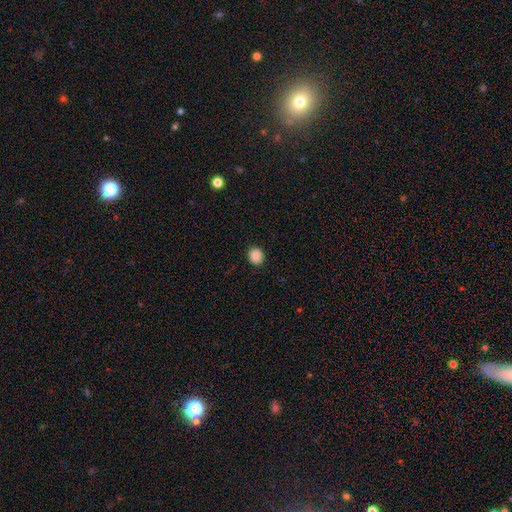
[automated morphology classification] The model was most divided on "how rounded": round: 82%, in between: 18%, cigar-shaped: 1%. More confident: merging — none (91%); smooth or featured — smooth (87%).